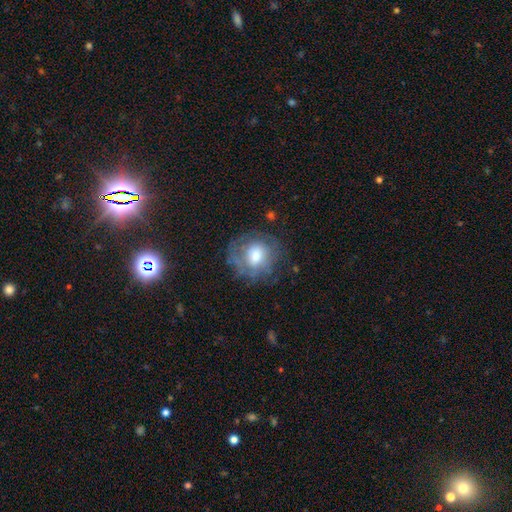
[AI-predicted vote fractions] smooth_or_featured: smooth (p=0.51) [alt: featured or disk p=0.40]
how_rounded: round (p=0.83) [alt: in between p=0.16]
merging: none (p=0.63) [alt: minor disturbance p=0.21]